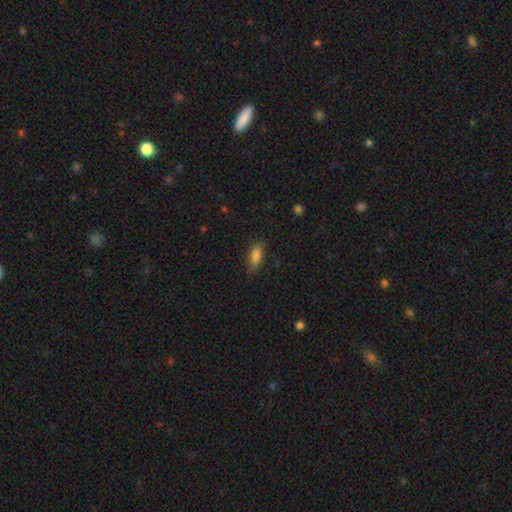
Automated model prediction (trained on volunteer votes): Smooth or featured? Predicted: smooth (p=0.84). How rounded? Predicted: in between (p=0.82). Merging? Predicted: none (p=0.77).